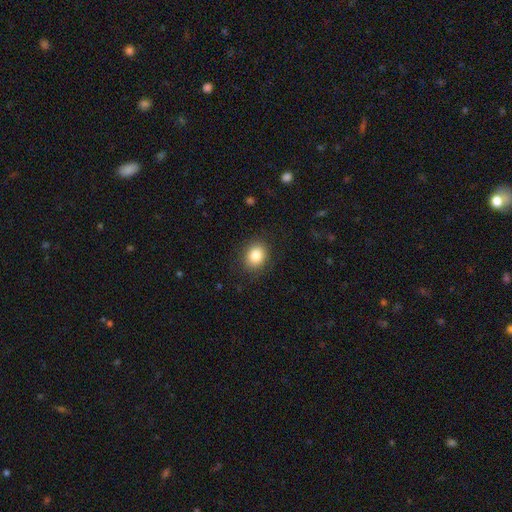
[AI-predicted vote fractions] Q: Smooth or featured?
A: smooth (84%); runner-up: star or artifact (9%)
Q: How rounded?
A: round (57%); runner-up: in between (42%)
Q: Merging?
A: none (87%); runner-up: minor disturbance (9%)